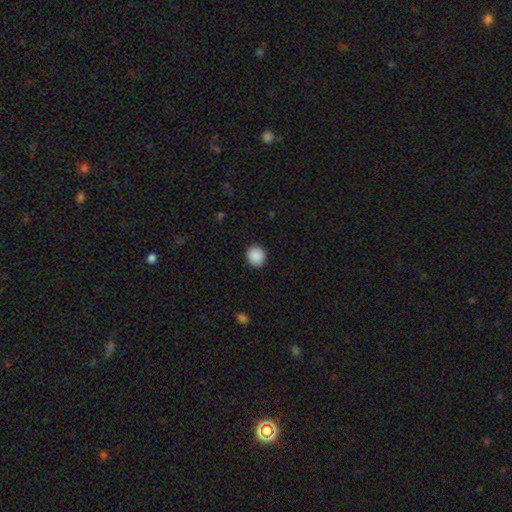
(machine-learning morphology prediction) Smooth or featured: smooth — 90% (star or artifact — 8%)
How rounded: round — 86% (in between — 13%)
Merging: none — 91% (minor disturbance — 6%)